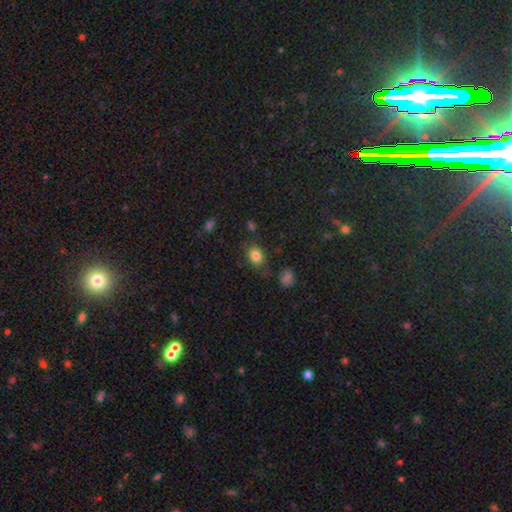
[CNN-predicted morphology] The model was most divided on "how rounded": in between: 71%, round: 28%, cigar-shaped: 1%. More confident: smooth or featured — smooth (82%); merging — none (74%).